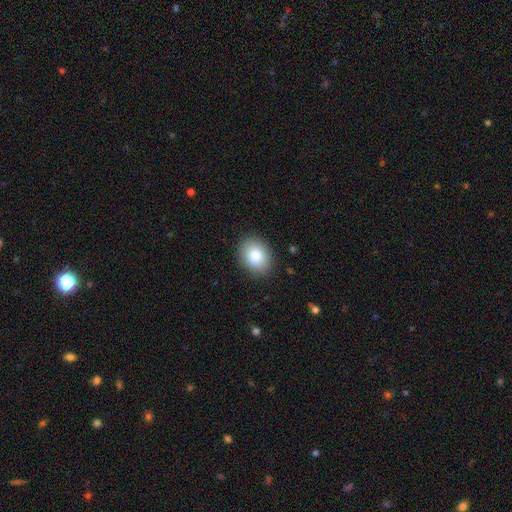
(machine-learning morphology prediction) type=smooth (83%); roundness=in between (55%); merging=none (88%).